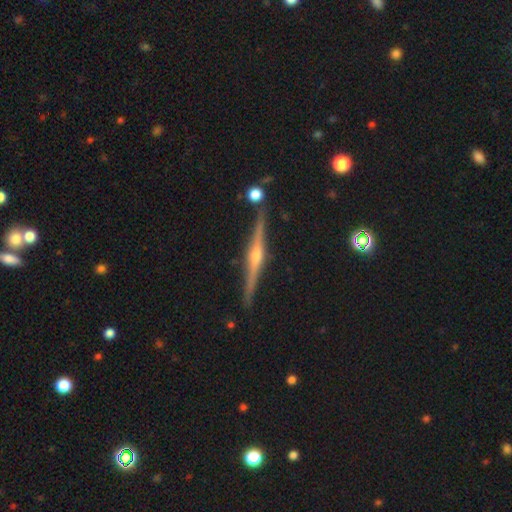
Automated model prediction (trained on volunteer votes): Q: Smooth or featured?
A: featured or disk (87%); runner-up: smooth (7%)
Q: Edge-on disk?
A: yes (99%); runner-up: no (1%)
Q: Edge-on bulge?
A: rounded (88%); runner-up: boxy (6%)
Q: Merging?
A: none (89%); runner-up: minor disturbance (7%)